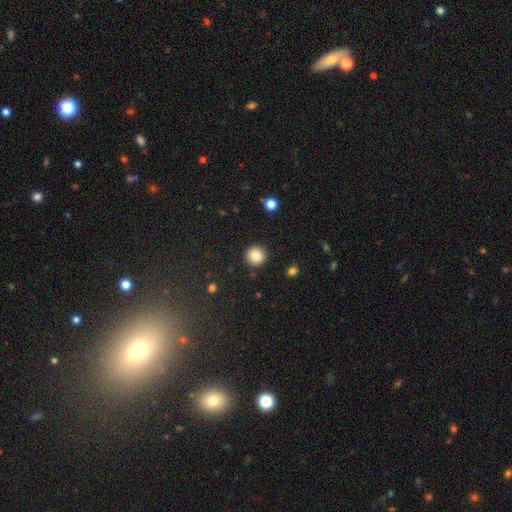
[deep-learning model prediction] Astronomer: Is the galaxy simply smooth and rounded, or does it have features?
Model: smooth — 86%.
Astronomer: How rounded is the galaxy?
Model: round — 95%.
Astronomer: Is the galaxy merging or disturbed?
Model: none — 92%.